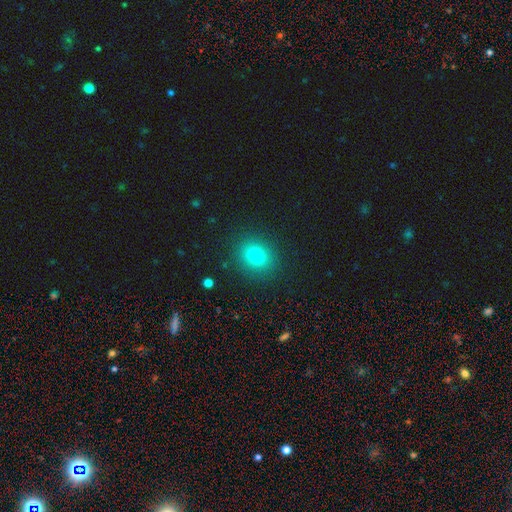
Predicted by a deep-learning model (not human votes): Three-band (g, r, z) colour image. It shows a smooth galaxy with no disk features (77%) that is round (72%). Merging: none (89%).